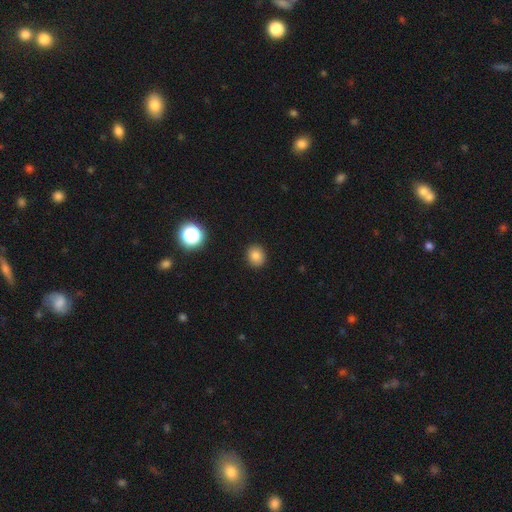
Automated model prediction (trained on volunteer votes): This is clearly a smooth galaxy (82%). How rounded: likely round (71%). Merging: clearly none (90%).